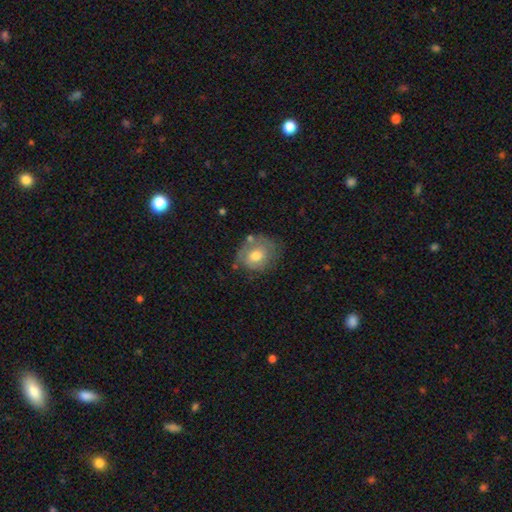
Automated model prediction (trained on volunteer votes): Q: Smooth or featured?
A: smooth (62%); runner-up: featured or disk (30%)
Q: How rounded?
A: round (60%); runner-up: in between (39%)
Q: Merging?
A: none (54%); runner-up: minor disturbance (28%)